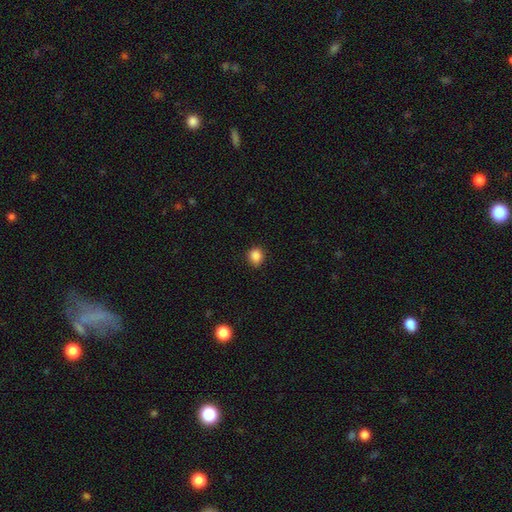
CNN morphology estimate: The model was most divided on "how rounded": round: 75%, in between: 24%, cigar-shaped: 1%. More confident: smooth or featured — smooth (86%); merging — none (84%).